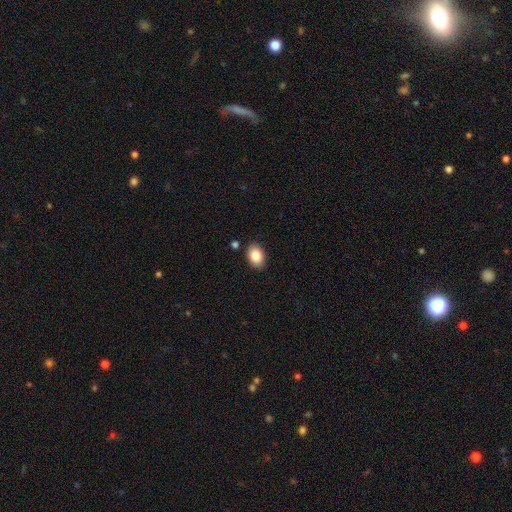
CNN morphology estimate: Smooth or featured? smooth (86%)
How rounded? in between (85%)
Merging? none (86%)